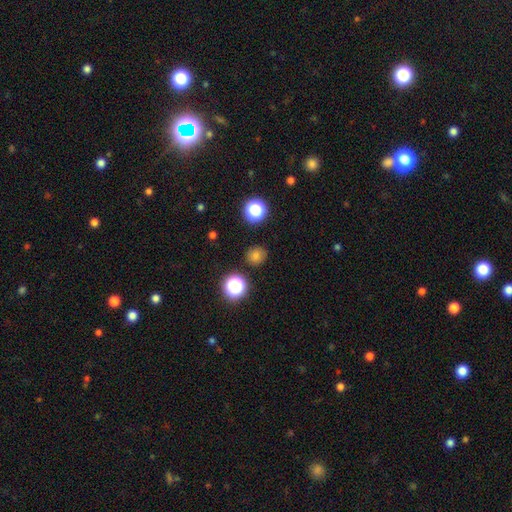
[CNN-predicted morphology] type=smooth (67%); roundness=round (87%); merging=none (87%).